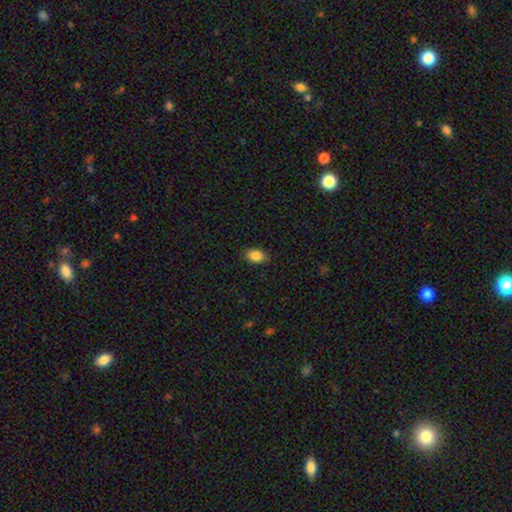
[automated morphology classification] smooth_or_featured: smooth (p=0.87) [alt: star or artifact p=0.08]
how_rounded: in between (p=0.88) [alt: round p=0.10]
merging: none (p=0.86) [alt: minor disturbance p=0.11]